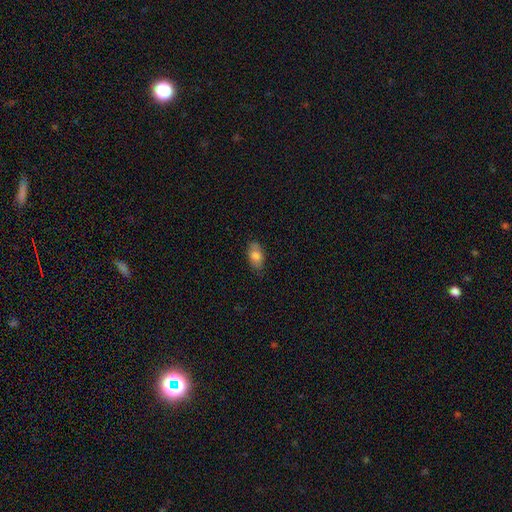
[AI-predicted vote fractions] smooth 78%, featured or disk 15%, star or artifact 7%. Down the decision tree: how rounded — in between (91%); merging — none (76%).